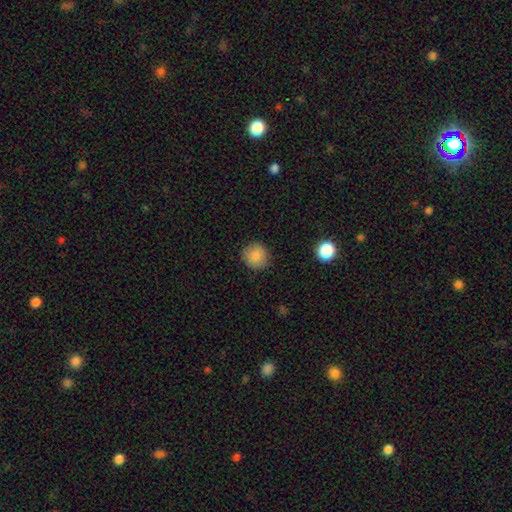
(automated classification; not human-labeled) Smooth or featured: smooth — 86% (star or artifact — 9%)
How rounded: round — 92% (in between — 7%)
Merging: none — 89% (minor disturbance — 8%)